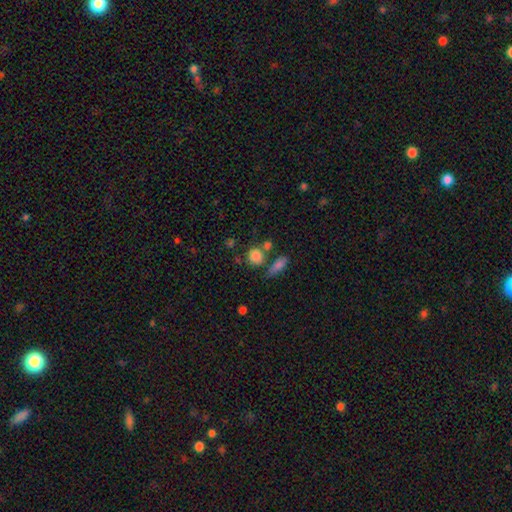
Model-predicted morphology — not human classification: Overall: smooth (82%). How rounded: round (79%). Merging: none (63%).